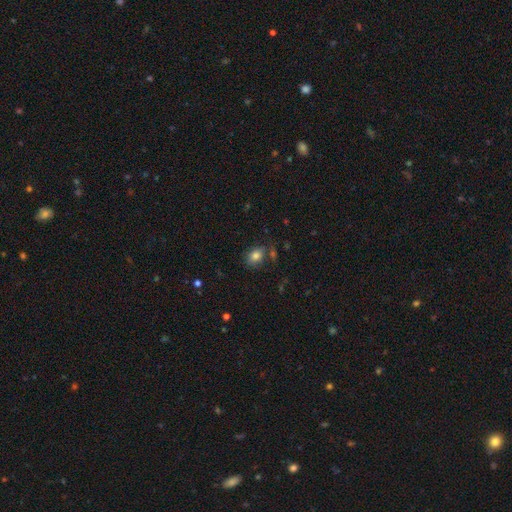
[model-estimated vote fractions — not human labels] smooth-or-featured: smooth: 82% | star or artifact: 11% | featured or disk: 8%
  how-rounded: in between: 62% | round: 37% | cigar-shaped: 1%
  merging: none: 71% | minor disturbance: 16% | merger: 9% | major disturbance: 5%